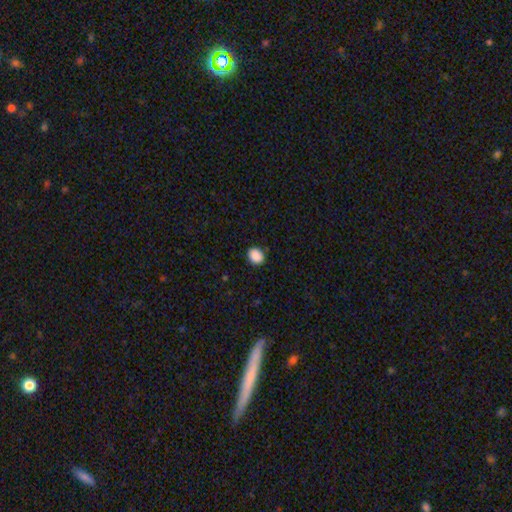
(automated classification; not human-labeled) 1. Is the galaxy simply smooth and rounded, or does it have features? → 89% smooth, 8% star or artifact, 2% featured or disk.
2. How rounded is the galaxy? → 50% in between, 49% round, 1% cigar-shaped.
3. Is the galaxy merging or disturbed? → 88% none, 9% minor disturbance, 2% major disturbance, 1% merger.